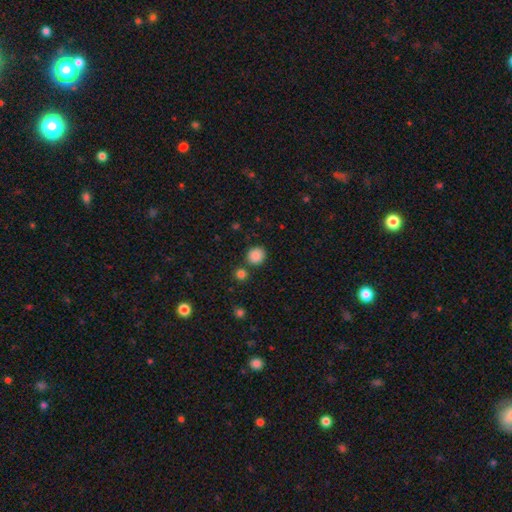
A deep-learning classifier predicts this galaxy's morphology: smooth-or-featured: smooth: 87% | star or artifact: 10% | featured or disk: 3%
  how-rounded: round: 86% | in between: 13% | cigar-shaped: 1%
  merging: none: 82% | minor disturbance: 8% | merger: 7% | major disturbance: 3%